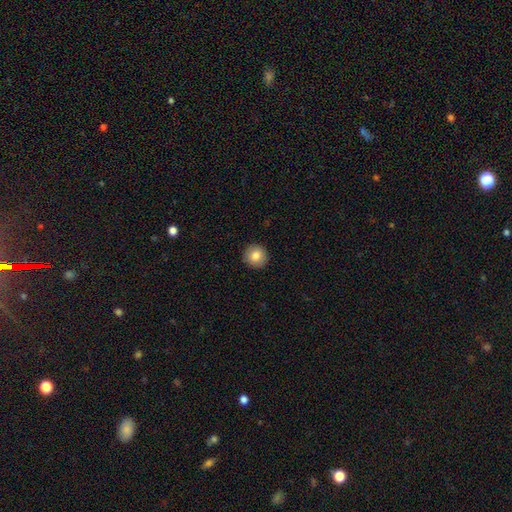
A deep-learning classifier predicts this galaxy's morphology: Smooth or featured? smooth (83%)
How rounded? round (94%)
Merging? none (92%)